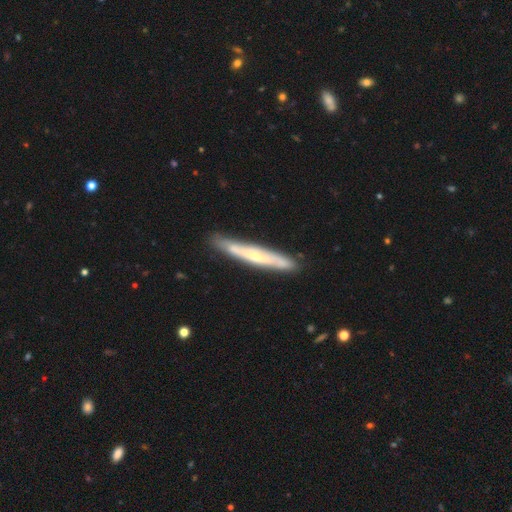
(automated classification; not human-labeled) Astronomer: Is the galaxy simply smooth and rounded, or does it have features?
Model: featured or disk — 62%.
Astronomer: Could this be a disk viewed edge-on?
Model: yes — 83%.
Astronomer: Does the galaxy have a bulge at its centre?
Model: rounded — 51% (runner-up: none, 42%).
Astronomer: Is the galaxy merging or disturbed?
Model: none — 82%.